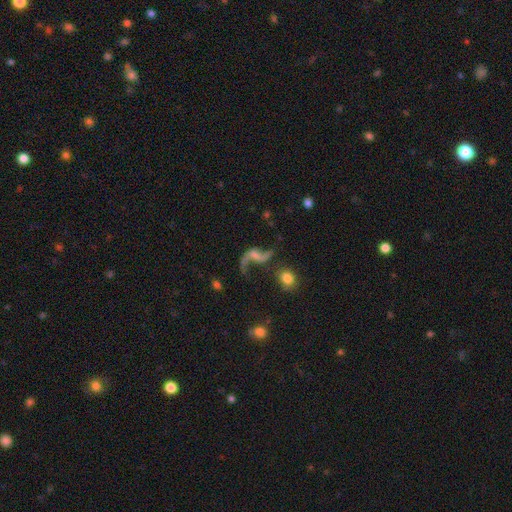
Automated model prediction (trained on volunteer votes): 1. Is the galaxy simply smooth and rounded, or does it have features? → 80% featured or disk, 11% smooth, 9% star or artifact.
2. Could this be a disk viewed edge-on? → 97% no, 3% yes.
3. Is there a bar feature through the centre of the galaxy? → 47% no, 37% weak, 16% strong.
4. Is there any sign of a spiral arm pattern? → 92% yes, 8% no.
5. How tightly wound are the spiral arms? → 92% loose, 6% medium, 2% tight.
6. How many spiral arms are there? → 87% 2, 9% 1, 2% can't tell, 1% 3, 1% 4, 1% more than 4.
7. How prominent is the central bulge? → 50% none, 28% small, 15% moderate, 5% large, 2% dominant.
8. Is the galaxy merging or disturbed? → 51% none, 23% major disturbance, 16% minor disturbance, 9% merger.